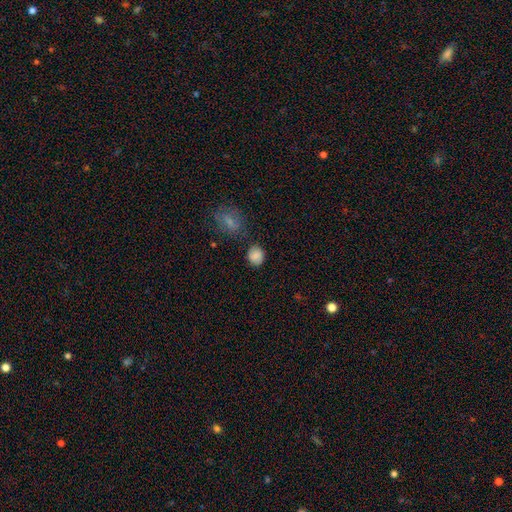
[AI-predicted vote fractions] Smooth or featured?
  - smooth: 83% *
  - star or artifact: 10%
  - featured or disk: 7%
How rounded?
  - round: 71% *
  - in between: 28%
  - cigar-shaped: 1%
Merging?
  - none: 78% *
  - minor disturbance: 14%
  - merger: 4%
  - major disturbance: 4%